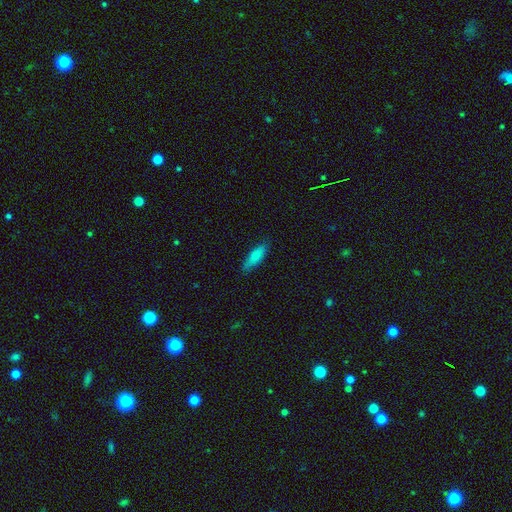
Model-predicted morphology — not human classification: Smooth or featured?
  - smooth: 84% *
  - featured or disk: 9%
  - star or artifact: 7%
How rounded?
  - in between: 50% *
  - cigar-shaped: 48%
  - round: 2%
Merging?
  - none: 82% *
  - minor disturbance: 14%
  - major disturbance: 3%
  - merger: 1%